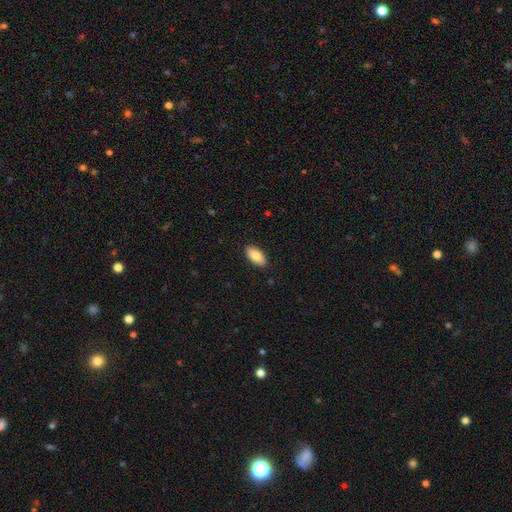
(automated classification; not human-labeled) This is clearly a smooth galaxy (84%). How rounded: clearly in between (93%). Merging: clearly none (89%).